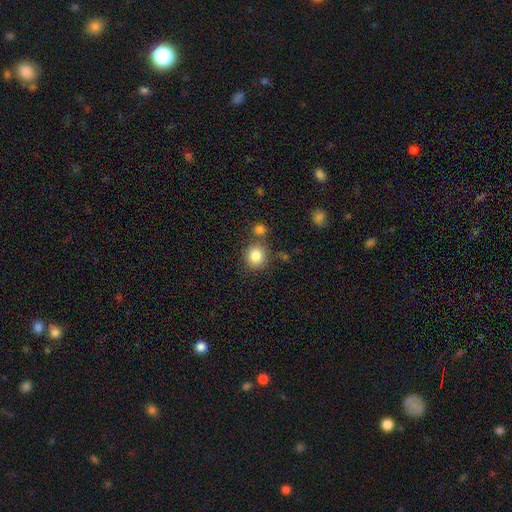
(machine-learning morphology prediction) smooth 85%, star or artifact 10%, featured or disk 6%. Down the decision tree: how rounded — round (85%); merging — none (73%).